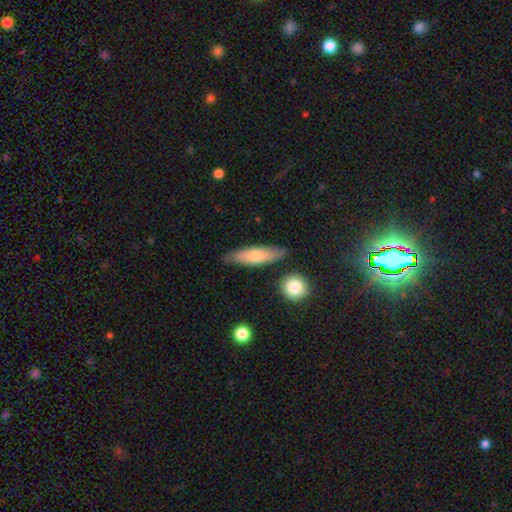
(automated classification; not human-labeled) Smooth or featured: smooth — 67% (featured or disk — 27%)
How rounded: cigar-shaped — 54% (in between — 43%)
Merging: none — 77% (minor disturbance — 16%)